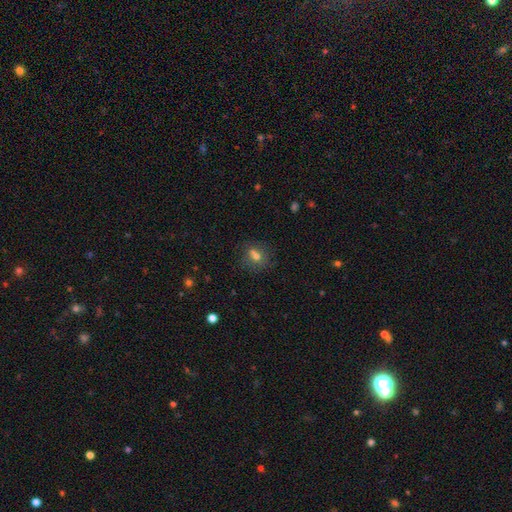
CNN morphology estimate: A smooth galaxy with no disk features (65%) that is round (57%). Merging: none (52%).